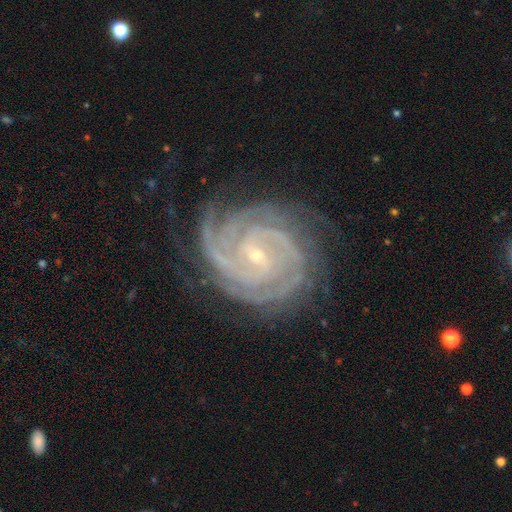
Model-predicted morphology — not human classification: This is clearly a featured or disk galaxy (92%). It is clearly not viewed edge-on (98%). Bar: possibly no (45%). Spiral arm pattern: clearly yes (99%). Spiral arm count: marginally 4 (28%). Spiral winding: clearly tight (83%). Central bulge: clearly small (82%). Merging: likely none (79%).